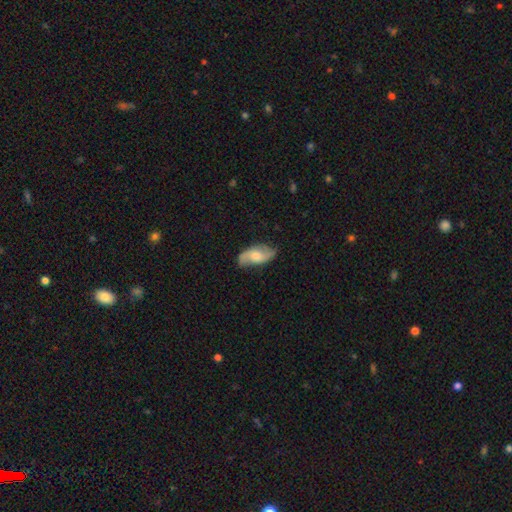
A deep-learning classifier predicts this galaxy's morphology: type=featured or disk (69%); edge-on=no (94%); bar=no (60%); spiral arms=yes (93%); winding=loose (53%); arm count=2 (89%); bulge=moderate (52%); merging=none (76%).